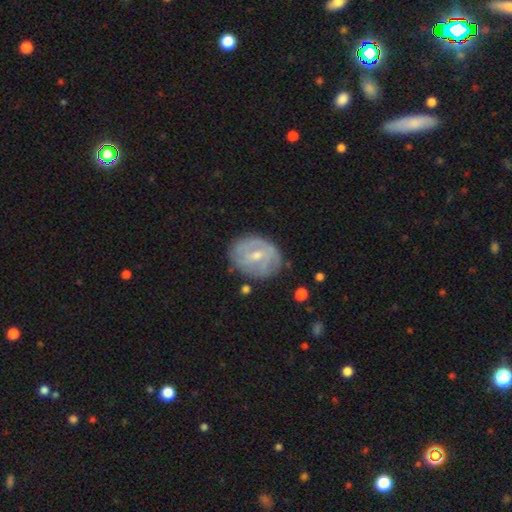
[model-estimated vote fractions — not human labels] Smooth or featured: featured or disk — 71% (smooth — 22%)
Edge-on disk: no — 96% (yes — 4%)
Bar: weak — 53% (no — 29%)
Spiral arms: yes — 76% (no — 24%)
Spiral winding: tight — 59% (medium — 29%)
Spiral arm count: can't tell — 43% (2 — 34%)
Bulge size: small — 52% (moderate — 44%)
Merging: none — 72% (minor disturbance — 20%)